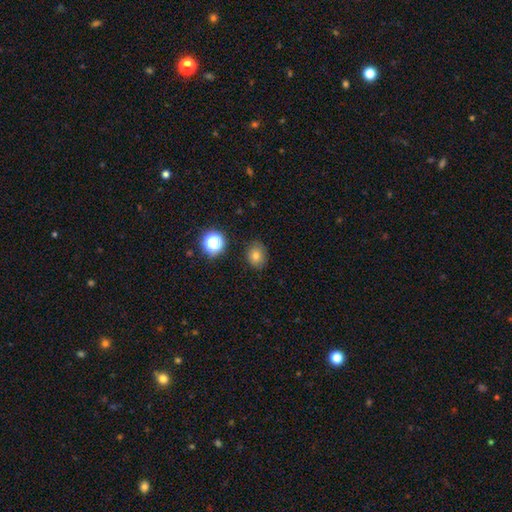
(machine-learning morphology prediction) Smooth or featured: smooth — 75% (star or artifact — 16%)
How rounded: round — 63% (in between — 36%)
Merging: none — 84% (minor disturbance — 12%)